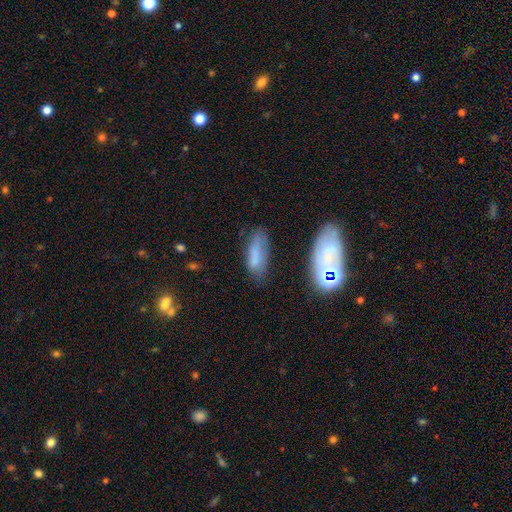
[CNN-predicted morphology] Smooth or featured?
  - smooth: 68% *
  - featured or disk: 21%
  - star or artifact: 11%
How rounded?
  - in between: 65% *
  - cigar-shaped: 32%
  - round: 3%
Merging?
  - none: 55% *
  - minor disturbance: 27%
  - major disturbance: 11%
  - merger: 6%